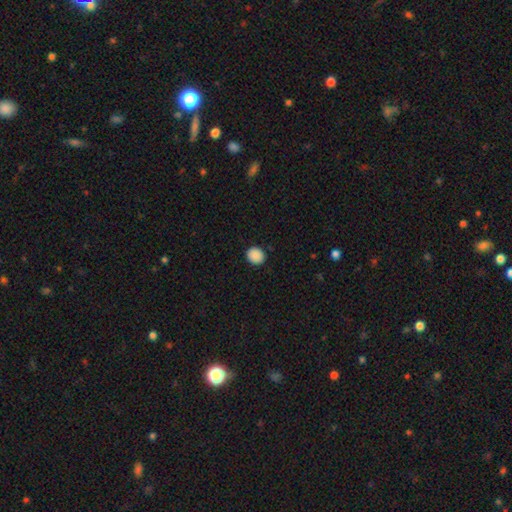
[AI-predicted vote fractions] Overall: smooth (89%). How rounded: round (77%). Merging: none (90%).